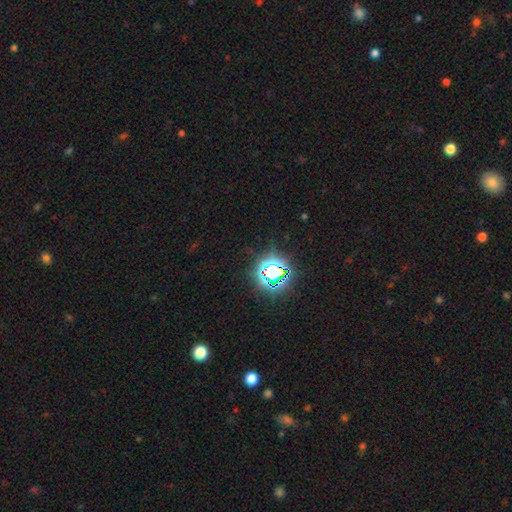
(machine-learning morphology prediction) Smooth or featured? star or artifact (80%)